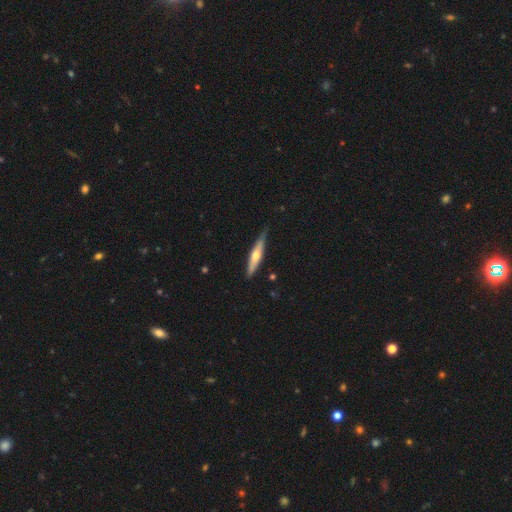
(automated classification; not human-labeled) A featured or disk galaxy (51%) viewed edge-on (92%). Merging: none (77%).